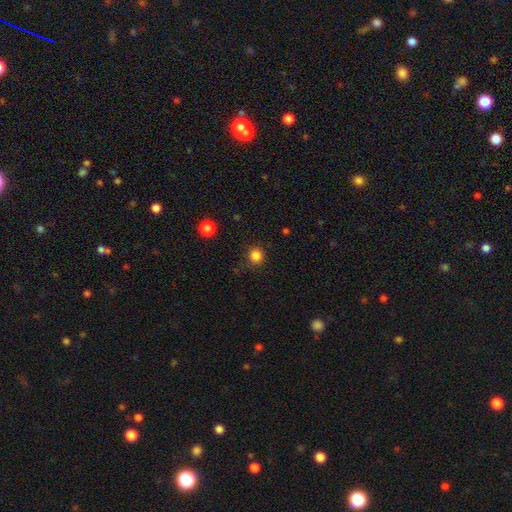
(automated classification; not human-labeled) A smooth galaxy with no disk features (84%) that is round (94%). Merging: none (88%).